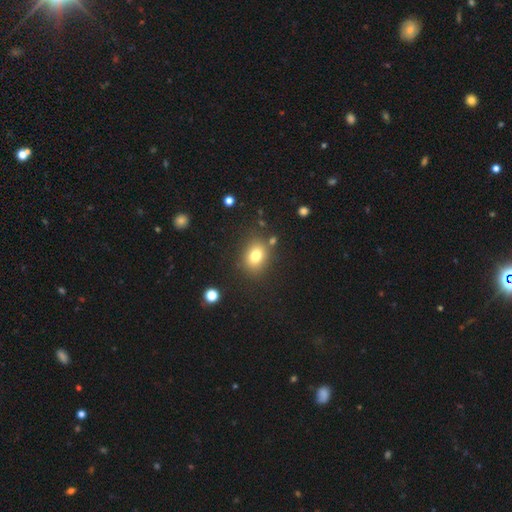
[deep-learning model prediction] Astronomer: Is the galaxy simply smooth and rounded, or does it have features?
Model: smooth — 78%.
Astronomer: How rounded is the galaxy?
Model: in between — 50% (runner-up: round, 49%).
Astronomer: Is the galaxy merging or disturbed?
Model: none — 81%.